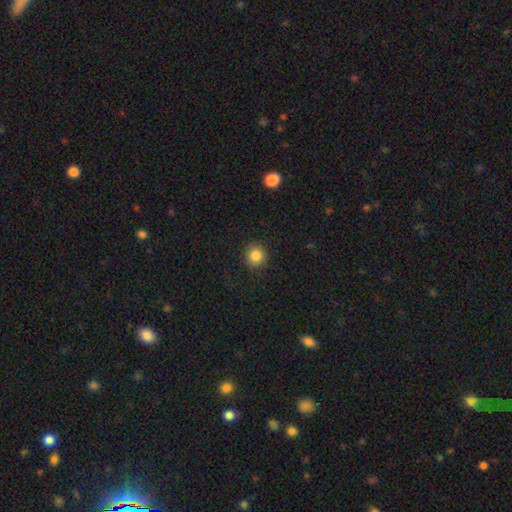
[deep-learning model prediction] Smooth or featured?
  - smooth: 85% *
  - star or artifact: 10%
  - featured or disk: 5%
How rounded?
  - round: 92% *
  - in between: 7%
  - cigar-shaped: 1%
Merging?
  - none: 90% *
  - minor disturbance: 7%
  - major disturbance: 2%
  - merger: 1%